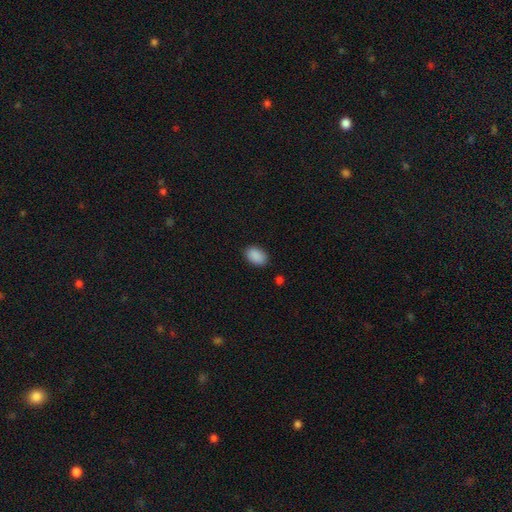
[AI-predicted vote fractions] Q: Smooth or featured?
A: smooth (90%); runner-up: star or artifact (8%)
Q: How rounded?
A: in between (88%); runner-up: round (11%)
Q: Merging?
A: none (87%); runner-up: minor disturbance (9%)